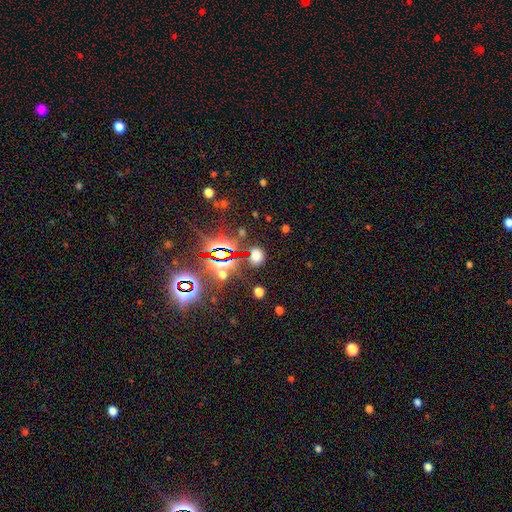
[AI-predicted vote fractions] Smooth or featured? Predicted: smooth (p=0.51). How rounded? Predicted: round (p=0.51). Merging? Predicted: none (p=0.75).